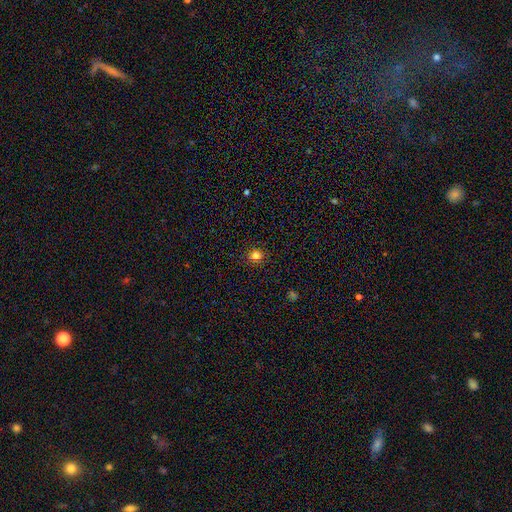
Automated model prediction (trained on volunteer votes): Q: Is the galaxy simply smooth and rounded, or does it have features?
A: smooth — 79%.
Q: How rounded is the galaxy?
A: round — 88%.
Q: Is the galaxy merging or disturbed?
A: none — 91%.